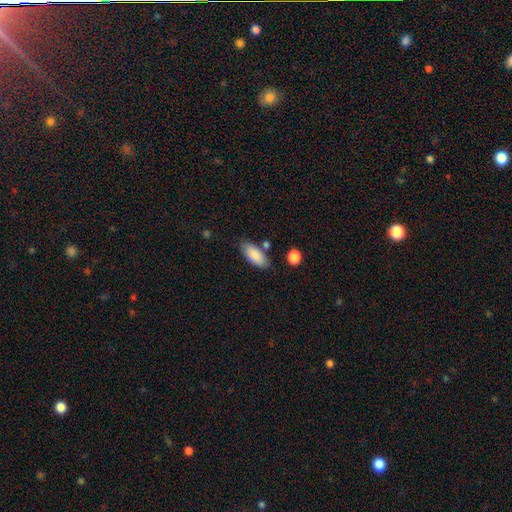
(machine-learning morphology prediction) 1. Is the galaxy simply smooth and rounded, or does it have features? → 86% smooth, 8% featured or disk, 6% star or artifact.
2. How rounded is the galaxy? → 84% in between, 14% cigar-shaped, 2% round.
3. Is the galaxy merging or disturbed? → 74% none, 15% minor disturbance, 7% merger, 3% major disturbance.